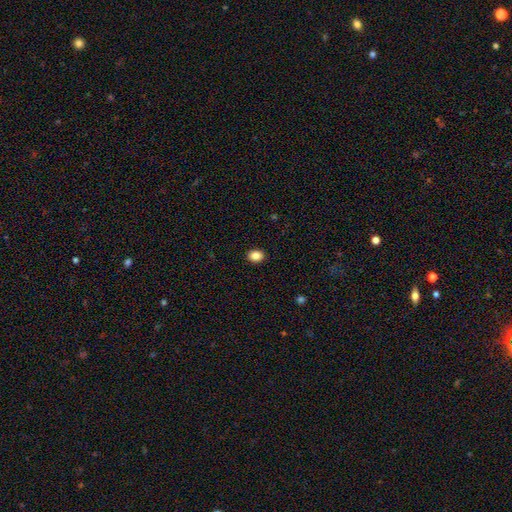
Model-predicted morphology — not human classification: smooth 87%, star or artifact 9%, featured or disk 4%. Down the decision tree: how rounded — in between (61%); merging — none (91%).